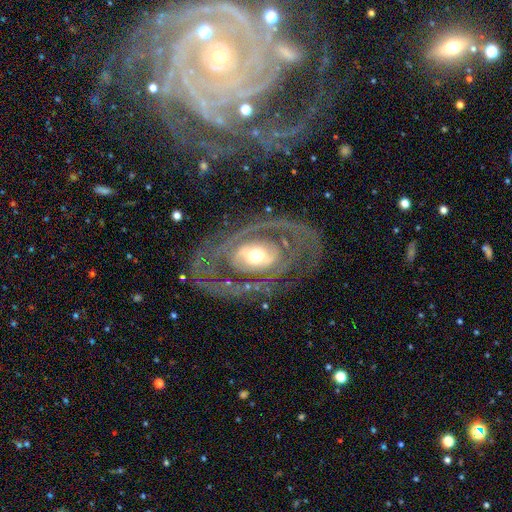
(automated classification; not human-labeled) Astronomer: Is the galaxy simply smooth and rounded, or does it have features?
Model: featured or disk — 84%.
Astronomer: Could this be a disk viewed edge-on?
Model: no — 94%.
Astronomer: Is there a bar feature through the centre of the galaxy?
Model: no — 52% (runner-up: weak, 27%).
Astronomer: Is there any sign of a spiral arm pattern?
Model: yes — 78%.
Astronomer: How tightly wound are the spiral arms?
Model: tight — 41% (runner-up: medium, 37%).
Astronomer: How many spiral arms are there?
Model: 2 — 58%.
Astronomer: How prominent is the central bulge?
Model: moderate — 62%.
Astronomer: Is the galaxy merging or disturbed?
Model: none — 63%.